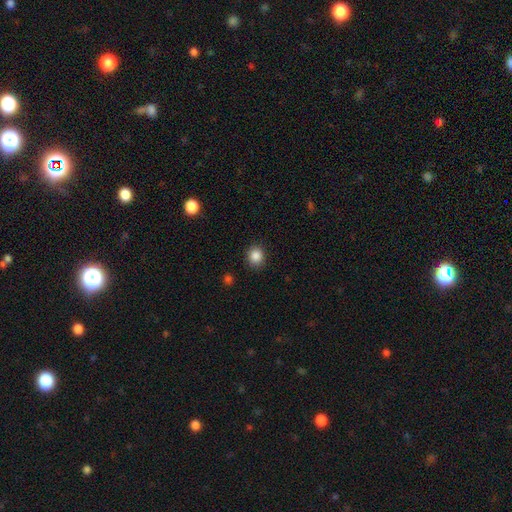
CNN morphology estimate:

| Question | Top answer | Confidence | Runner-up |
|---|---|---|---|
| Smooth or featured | smooth | 87% | star or artifact (10%) |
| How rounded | round | 75% | in between (24%) |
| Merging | none | 89% | minor disturbance (8%) |